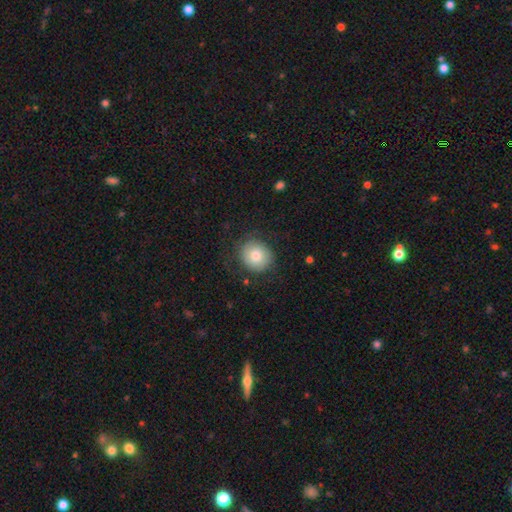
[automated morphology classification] This is likely a smooth galaxy (77%). How rounded: clearly round (83%). Merging: likely none (77%).